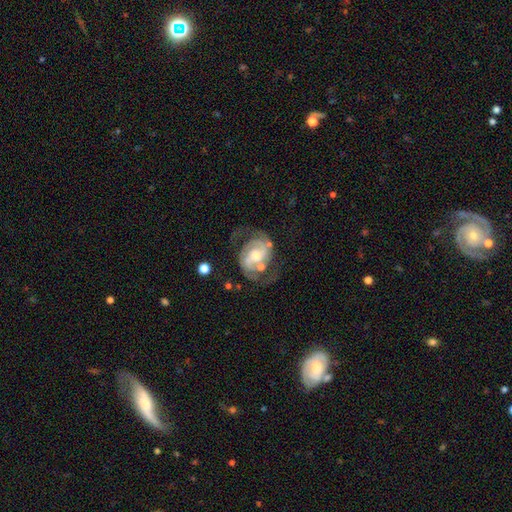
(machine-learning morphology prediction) Q: Smooth or featured?
A: featured or disk (87%); runner-up: smooth (7%)
Q: Edge-on disk?
A: no (98%); runner-up: yes (2%)
Q: Bar?
A: weak (43%); runner-up: no (41%)
Q: Spiral arms?
A: yes (96%); runner-up: no (4%)
Q: Spiral winding?
A: medium (51%); runner-up: tight (32%)
Q: Spiral arm count?
A: 2 (88%); runner-up: can't tell (5%)
Q: Bulge size?
A: moderate (58%); runner-up: small (29%)
Q: Merging?
A: none (60%); runner-up: minor disturbance (19%)